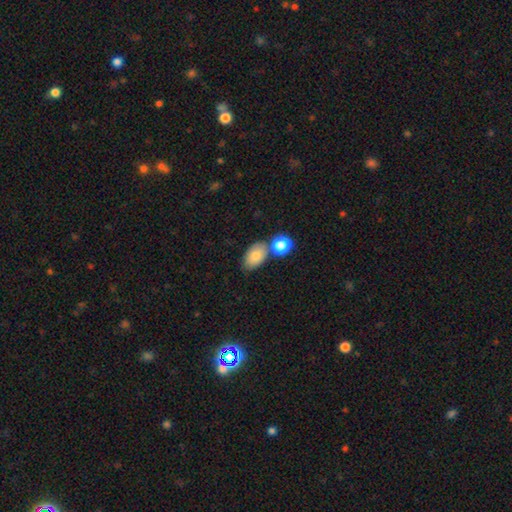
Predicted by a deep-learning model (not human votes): smooth-or-featured: smooth: 82% | featured or disk: 10% | star or artifact: 8%
  how-rounded: in between: 90% | round: 9% | cigar-shaped: 2%
  merging: none: 61% | merger: 21% | minor disturbance: 14% | major disturbance: 4%